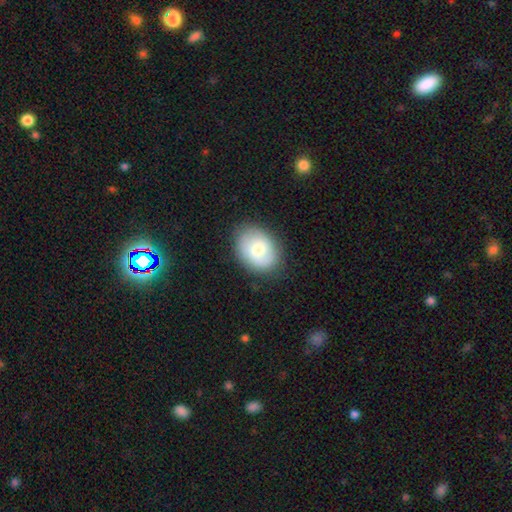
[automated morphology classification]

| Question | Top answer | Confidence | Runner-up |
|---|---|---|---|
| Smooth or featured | smooth | 65% | featured or disk (27%) |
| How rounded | in between | 60% | round (39%) |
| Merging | none | 81% | minor disturbance (13%) |